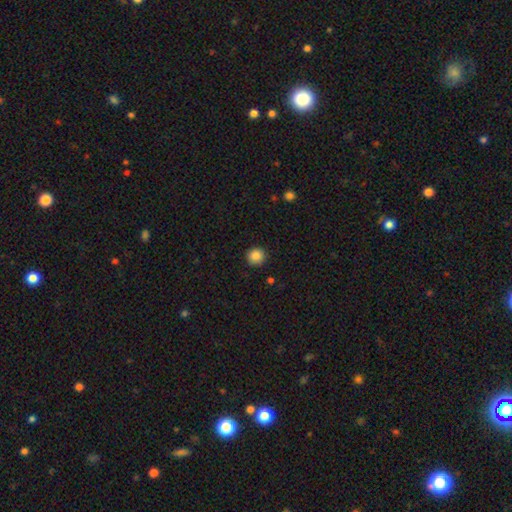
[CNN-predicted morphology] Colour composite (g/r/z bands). It shows a smooth galaxy with no disk features (86%) that is round (93%). Merging: none (91%).